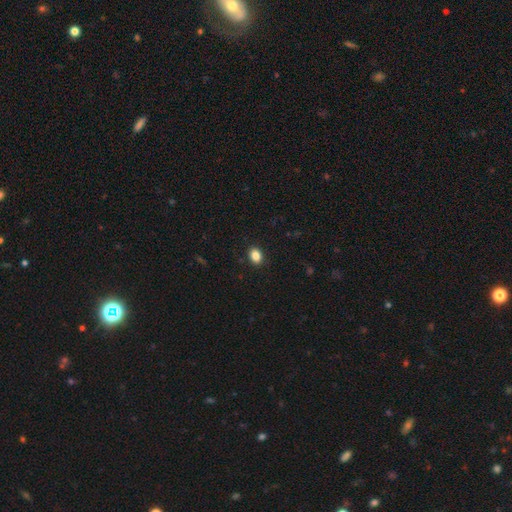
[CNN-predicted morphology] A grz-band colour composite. It shows a smooth galaxy with no disk features (87%) that is in between round and cigar-shaped (70%). Merging: none (90%).